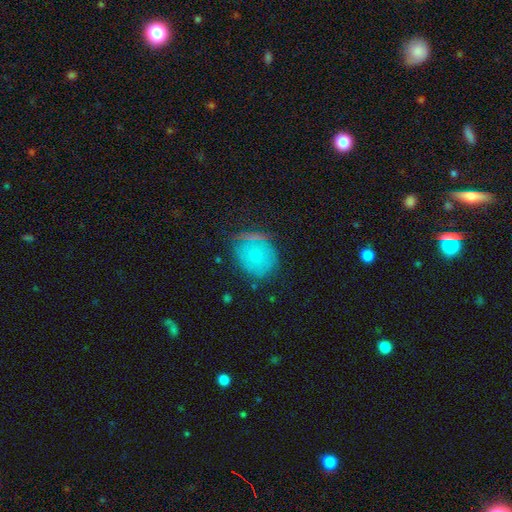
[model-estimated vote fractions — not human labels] Smooth or featured?
  - smooth: 64% *
  - featured or disk: 24%
  - star or artifact: 11%
How rounded?
  - round: 65% *
  - in between: 34%
  - cigar-shaped: 1%
Merging?
  - none: 62% *
  - minor disturbance: 23%
  - major disturbance: 8%
  - merger: 6%